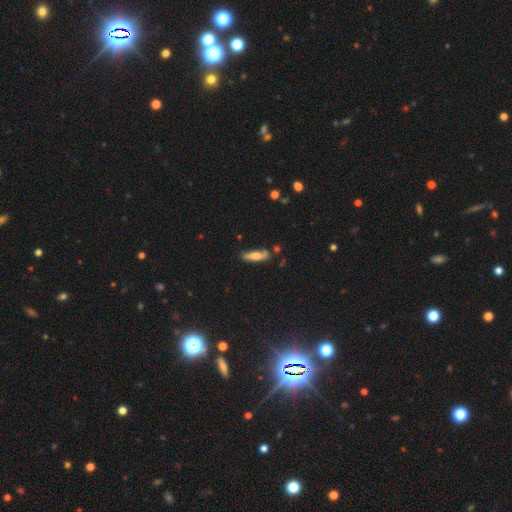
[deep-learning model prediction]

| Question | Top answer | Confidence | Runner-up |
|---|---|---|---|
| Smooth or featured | smooth | 66% | featured or disk (28%) |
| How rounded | cigar-shaped | 67% | in between (31%) |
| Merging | none | 71% | minor disturbance (19%) |